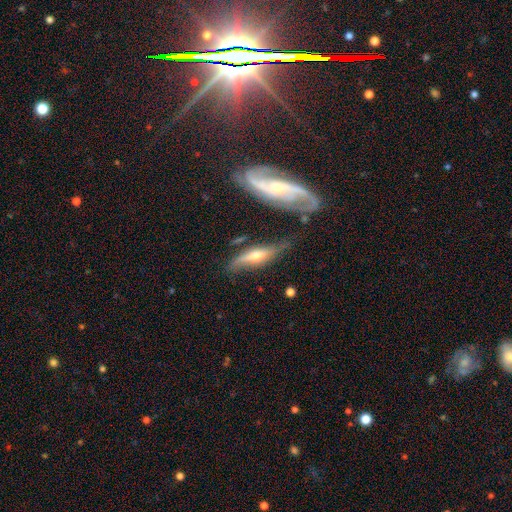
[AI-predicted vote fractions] Smooth or featured? featured or disk (64%)
Edge-on disk? yes (70%)
Merging? none (57%)